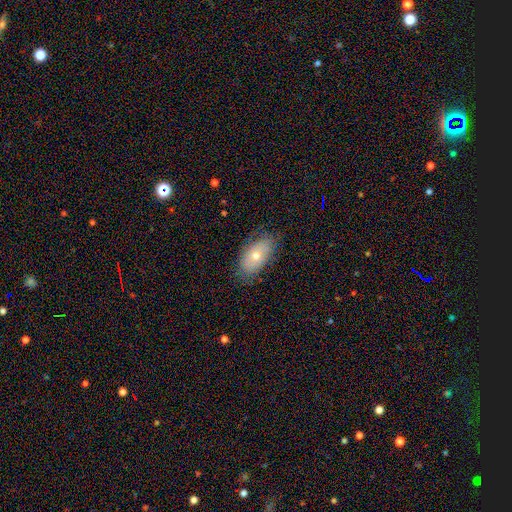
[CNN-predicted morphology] smooth-or-featured: smooth: 61% | featured or disk: 30% | star or artifact: 9%
  how-rounded: in between: 91% | round: 6% | cigar-shaped: 3%
  merging: none: 77% | minor disturbance: 18% | major disturbance: 4% | merger: 1%